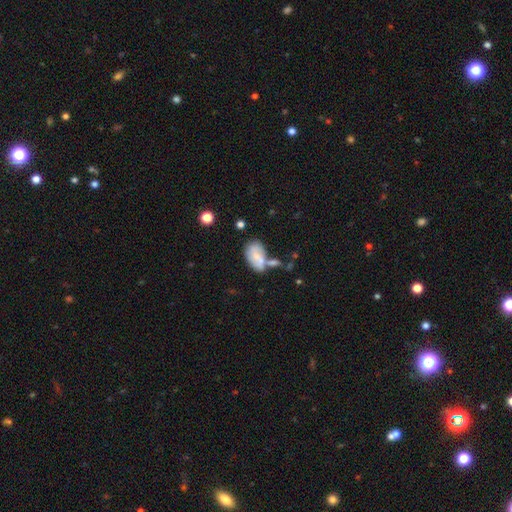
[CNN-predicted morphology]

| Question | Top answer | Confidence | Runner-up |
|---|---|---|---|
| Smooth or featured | smooth | 59% | featured or disk (33%) |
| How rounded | in between | 90% | round (8%) |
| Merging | none | 34% | tied: merger (34%) |